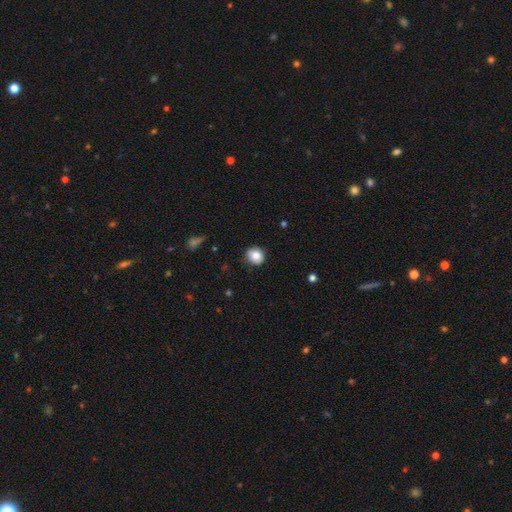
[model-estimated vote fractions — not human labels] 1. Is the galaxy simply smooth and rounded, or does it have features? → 85% smooth, 9% star or artifact, 6% featured or disk.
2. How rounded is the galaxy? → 76% round, 23% in between, 1% cigar-shaped.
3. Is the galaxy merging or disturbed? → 86% none, 11% minor disturbance, 2% major disturbance, 1% merger.